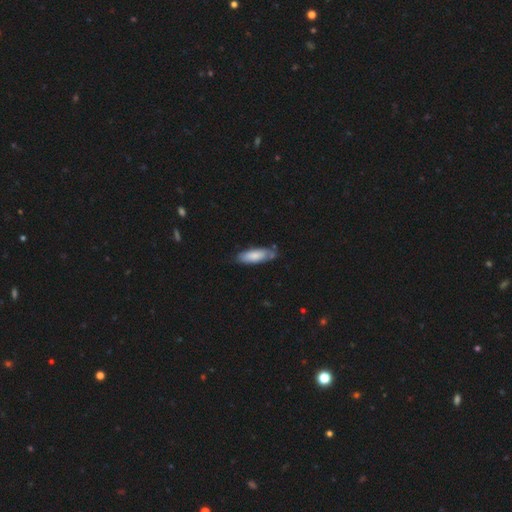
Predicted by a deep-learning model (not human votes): This is likely a smooth galaxy (75%). How rounded: possibly in between (57%). Merging: likely none (70%).